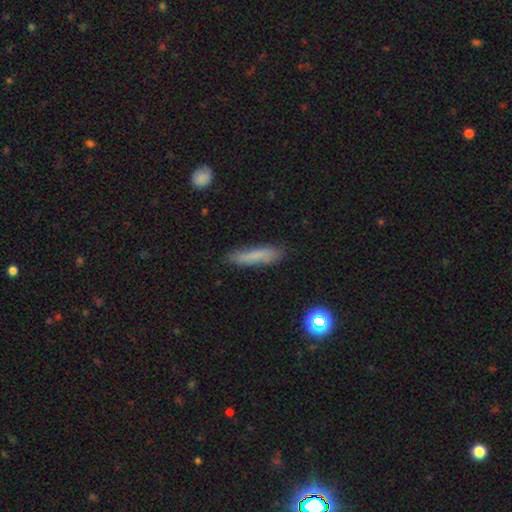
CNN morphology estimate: smooth-or-featured: smooth: 71% | featured or disk: 20% | star or artifact: 9%
  how-rounded: cigar-shaped: 83% | in between: 15% | round: 2%
  merging: none: 79% | minor disturbance: 15% | major disturbance: 3% | merger: 2%